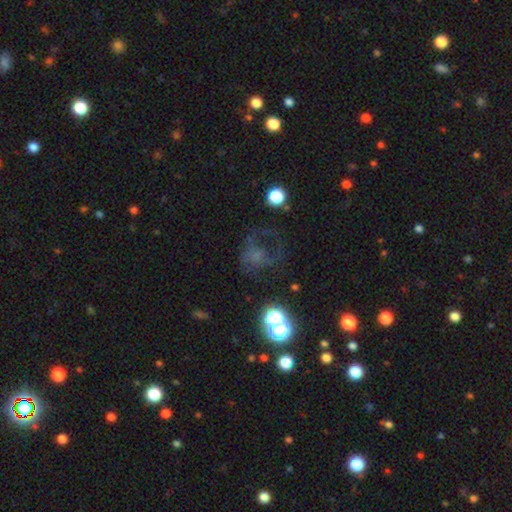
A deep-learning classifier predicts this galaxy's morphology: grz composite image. It shows a smooth galaxy with no disk features (40%). Merging: none (39%).